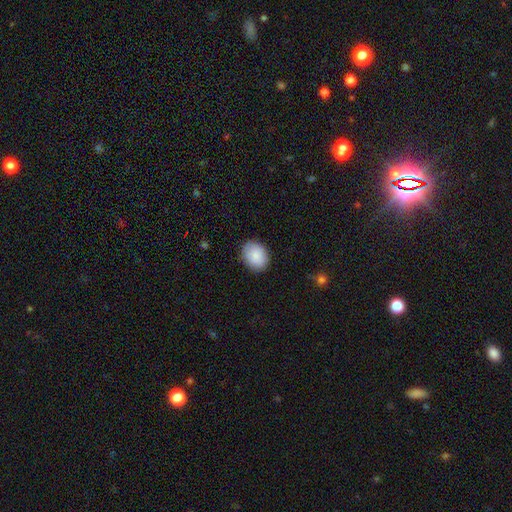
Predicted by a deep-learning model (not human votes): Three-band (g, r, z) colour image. It shows a smooth galaxy with no disk features (87%) that is in between round and cigar-shaped (54%). Merging: none (85%).